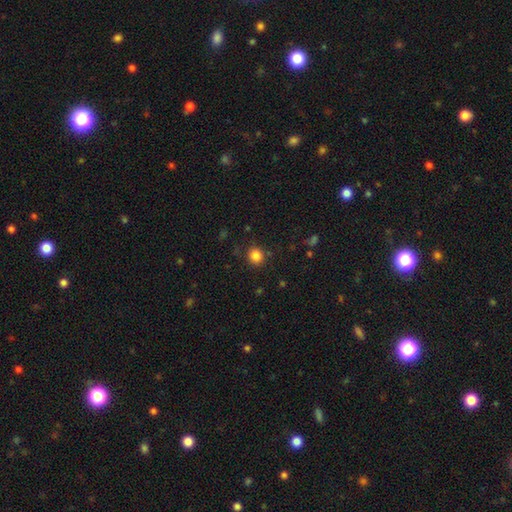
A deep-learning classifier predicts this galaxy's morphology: Overall: smooth (85%). How rounded: round (86%). Merging: none (86%).